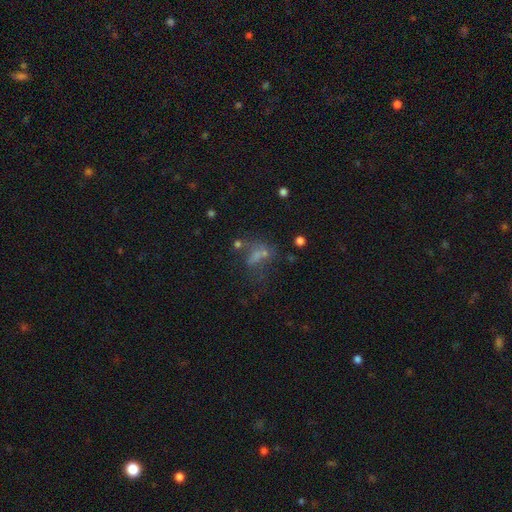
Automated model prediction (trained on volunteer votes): This appears to be a smooth galaxy with no disk features (42%). Merging: none (36%).